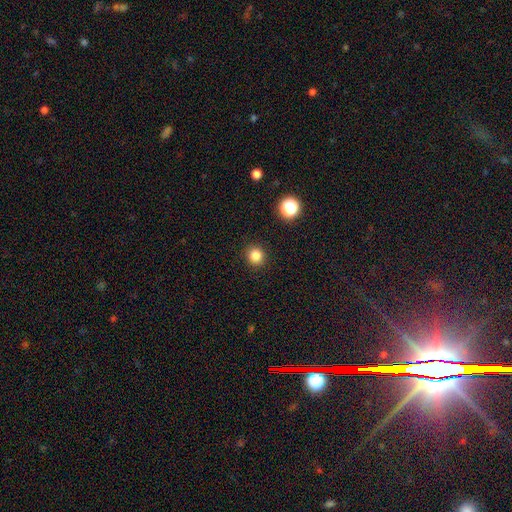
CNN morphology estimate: type=smooth (84%); roundness=round (90%); merging=none (91%).